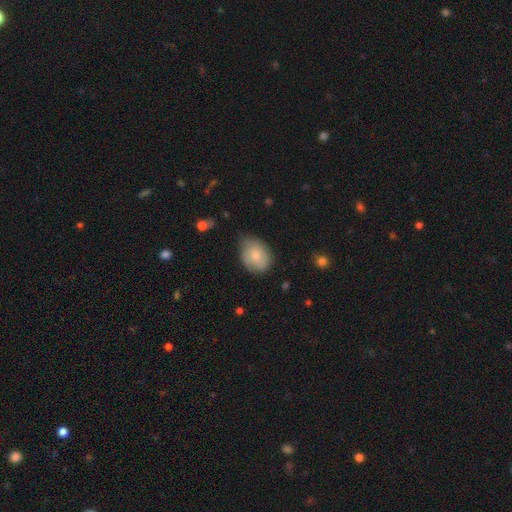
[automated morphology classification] Overall: smooth (74%). How rounded: in between (62%; round 37%). Merging: none (62%; minor disturbance 31%).